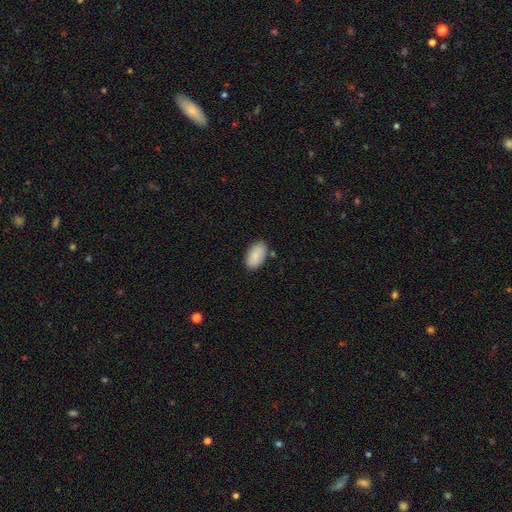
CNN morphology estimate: A smooth galaxy with no disk features (83%) that is in between round and cigar-shaped (95%).

Vote fractions:
- Smooth or featured? smooth: 83% / featured or disk: 10% / star or artifact: 7%
- How rounded? in between: 95% / round: 4% / cigar-shaped: 2%
- Merging? none: 79% / minor disturbance: 14% / merger: 4% / major disturbance: 3%